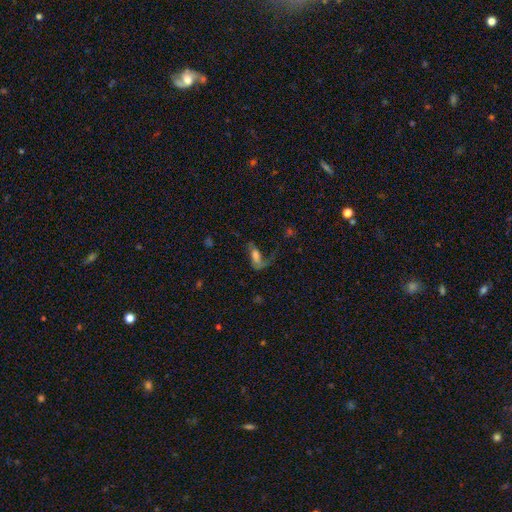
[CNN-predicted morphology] The model was most divided on "smooth or featured": smooth: 48%, featured or disk: 40%, star or artifact: 13%. Remaining: merging — major disturbance (46%).